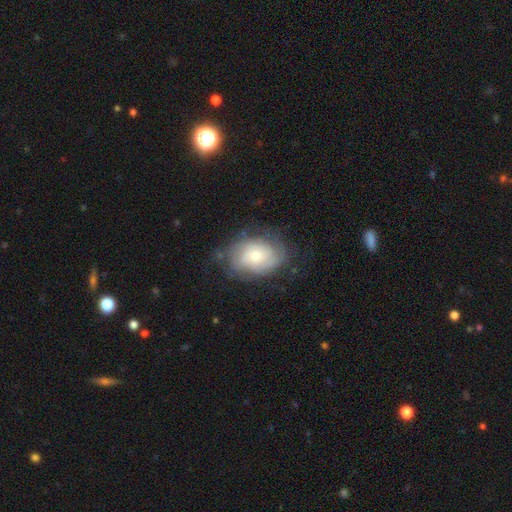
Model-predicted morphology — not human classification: Overall: featured or disk (48%; smooth 44%). Merging: none (60%; minor disturbance 25%).